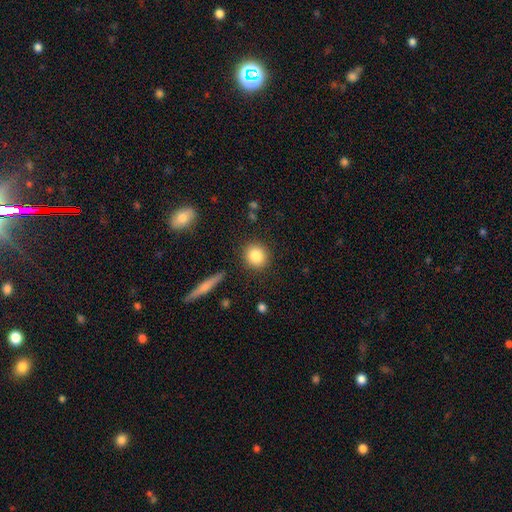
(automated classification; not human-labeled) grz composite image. It shows a smooth galaxy with no disk features (83%) that is round (88%). Merging: none (89%).